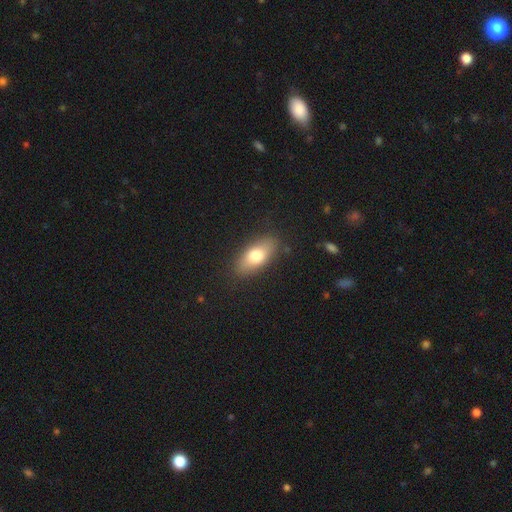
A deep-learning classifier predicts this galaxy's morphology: Smooth or featured? Predicted: smooth (p=0.74). How rounded? Predicted: in between (p=0.83). Merging? Predicted: none (p=0.84).